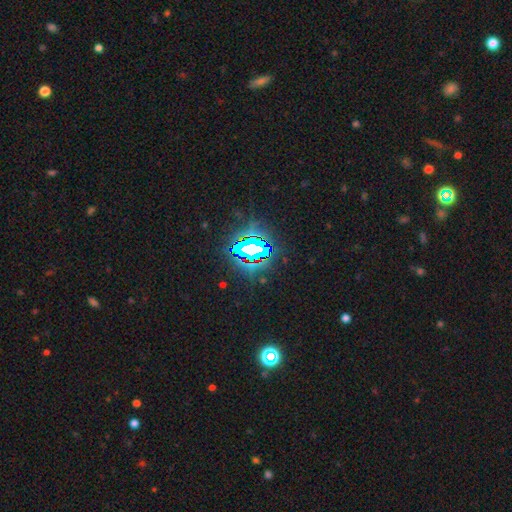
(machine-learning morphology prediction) The model was most divided on "smooth or featured": star or artifact: 82%, smooth: 10%, featured or disk: 8%.